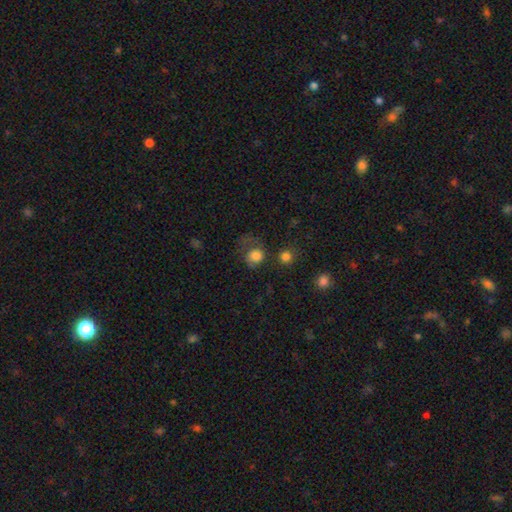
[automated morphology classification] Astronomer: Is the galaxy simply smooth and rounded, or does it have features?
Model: smooth — 77%.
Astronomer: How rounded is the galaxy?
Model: round — 78%.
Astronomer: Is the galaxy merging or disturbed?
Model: none — 41% (runner-up: major disturbance, 30%).